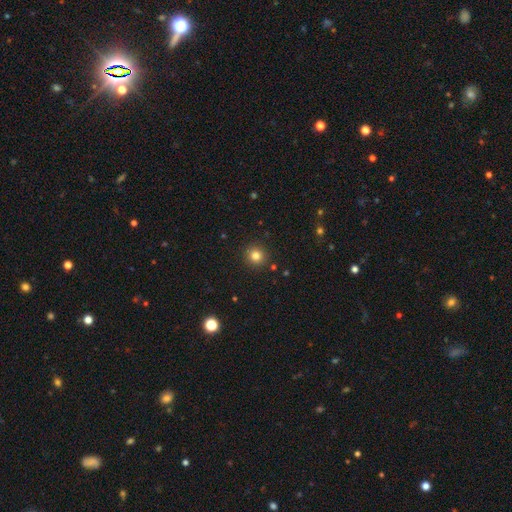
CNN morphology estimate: smooth_or_featured: smooth (p=0.82) [alt: star or artifact p=0.13]
how_rounded: round (p=0.92) [alt: in between p=0.07]
merging: none (p=0.91) [alt: minor disturbance p=0.06]